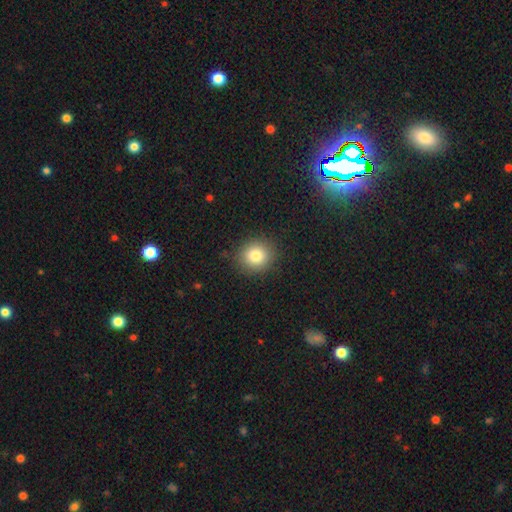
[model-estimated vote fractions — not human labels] Q: Smooth or featured?
A: smooth (81%); runner-up: star or artifact (11%)
Q: How rounded?
A: round (84%); runner-up: in between (15%)
Q: Merging?
A: none (89%); runner-up: minor disturbance (7%)